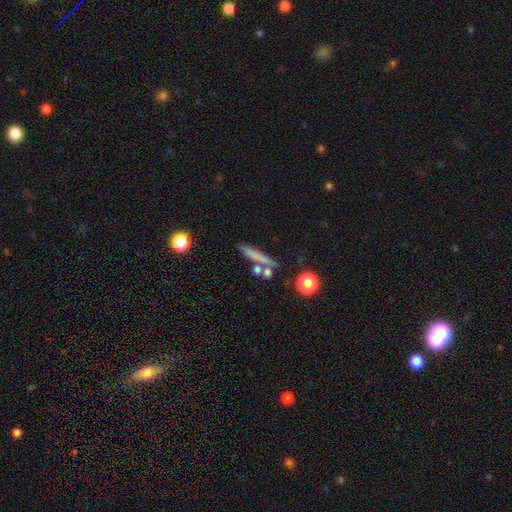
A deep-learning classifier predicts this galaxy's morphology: smooth_or_featured: smooth (p=0.69) [alt: featured or disk p=0.22]
how_rounded: cigar-shaped (p=0.86) [alt: in between p=0.09]
merging: none (p=0.68) [alt: merger p=0.16]